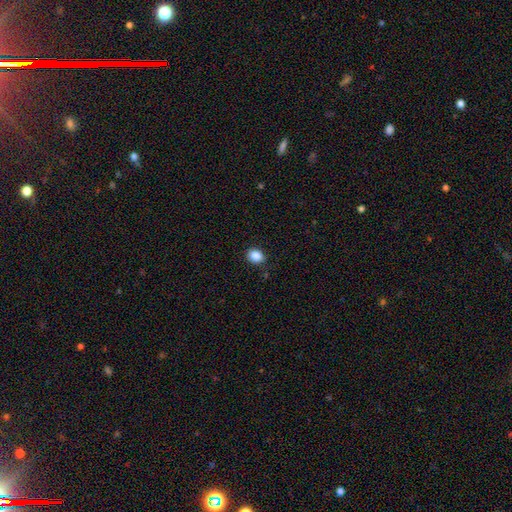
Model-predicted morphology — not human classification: Overall: smooth (87%). How rounded: round (51%; in between 48%). Merging: none (86%).